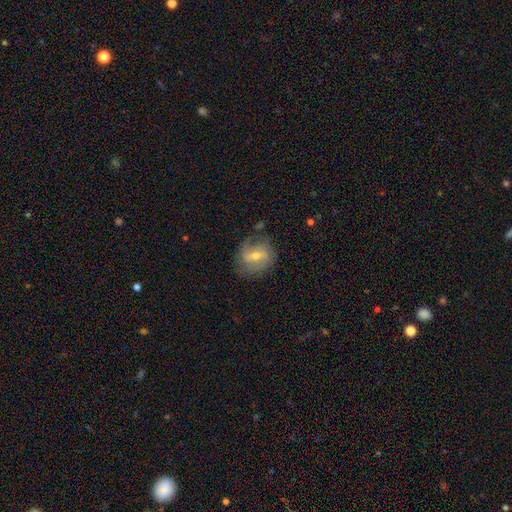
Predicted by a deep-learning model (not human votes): featured or disk 66%, smooth 27%, star or artifact 7%. Down the decision tree: edge-on disk — no (95%); bar — weak (49%); spiral arms — yes (79%); bulge size — moderate (56%); merging — none (66%).